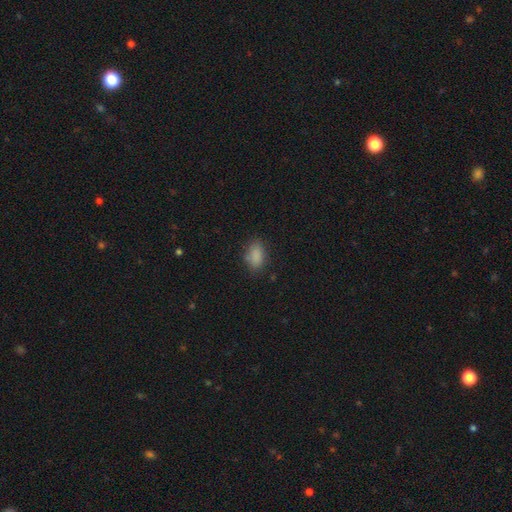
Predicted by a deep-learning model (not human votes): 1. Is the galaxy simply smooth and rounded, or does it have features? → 86% smooth, 9% star or artifact, 4% featured or disk.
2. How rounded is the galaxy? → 90% in between, 8% round, 3% cigar-shaped.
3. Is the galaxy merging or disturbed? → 80% none, 15% minor disturbance, 4% major disturbance, 1% merger.